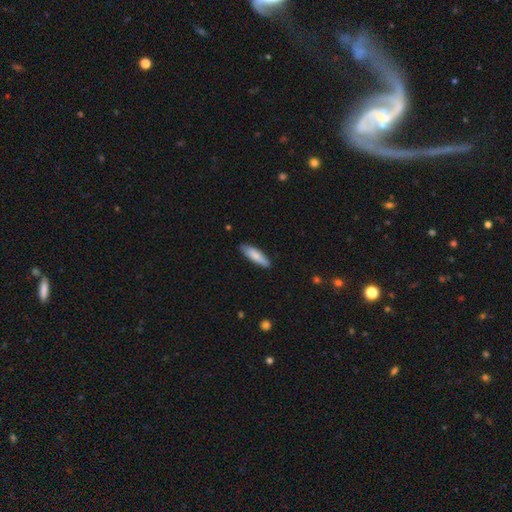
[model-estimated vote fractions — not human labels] Smooth or featured?
  - smooth: 81% *
  - featured or disk: 14%
  - star or artifact: 5%
How rounded?
  - cigar-shaped: 65% *
  - in between: 33%
  - round: 2%
Merging?
  - none: 85% *
  - minor disturbance: 12%
  - major disturbance: 2%
  - merger: 1%